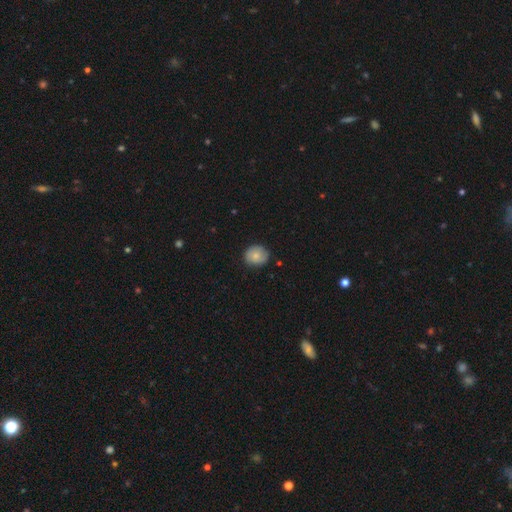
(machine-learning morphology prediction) Smooth or featured? Predicted: smooth (p=0.77). How rounded? Predicted: round (p=0.80). Merging? Predicted: none (p=0.80).